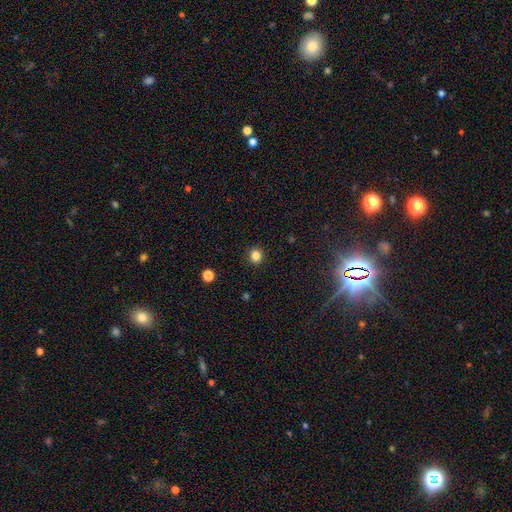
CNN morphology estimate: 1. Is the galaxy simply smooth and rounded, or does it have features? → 84% smooth, 12% star or artifact, 4% featured or disk.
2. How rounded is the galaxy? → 87% round, 12% in between, 1% cigar-shaped.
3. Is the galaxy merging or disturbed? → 92% none, 6% minor disturbance, 2% major disturbance, 1% merger.